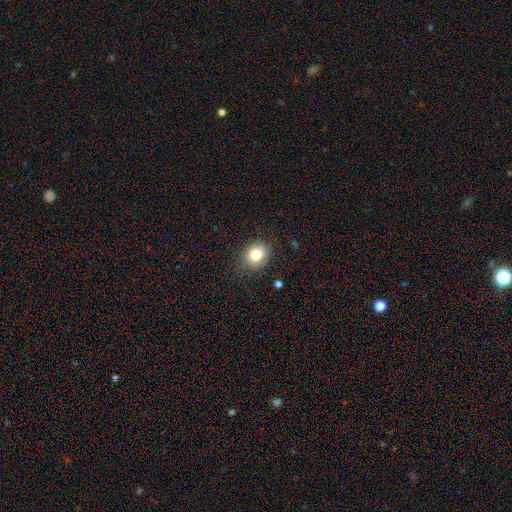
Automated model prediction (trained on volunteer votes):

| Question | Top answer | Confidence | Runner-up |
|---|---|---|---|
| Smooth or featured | smooth | 80% | star or artifact (11%) |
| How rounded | round | 64% | in between (35%) |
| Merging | none | 81% | minor disturbance (14%) |